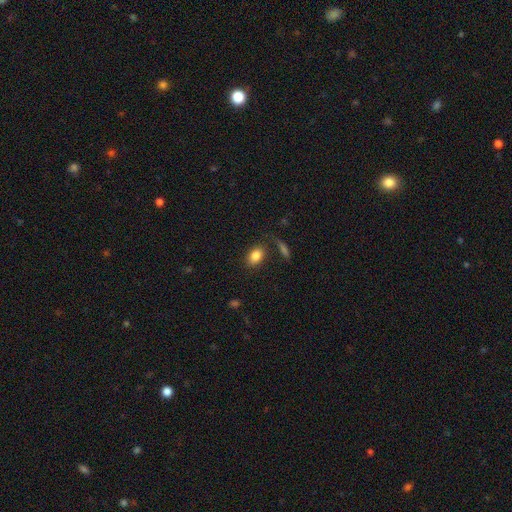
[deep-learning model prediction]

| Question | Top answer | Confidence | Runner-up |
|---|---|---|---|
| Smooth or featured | smooth | 84% | star or artifact (9%) |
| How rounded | in between | 78% | round (20%) |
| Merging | none | 79% | minor disturbance (12%) |